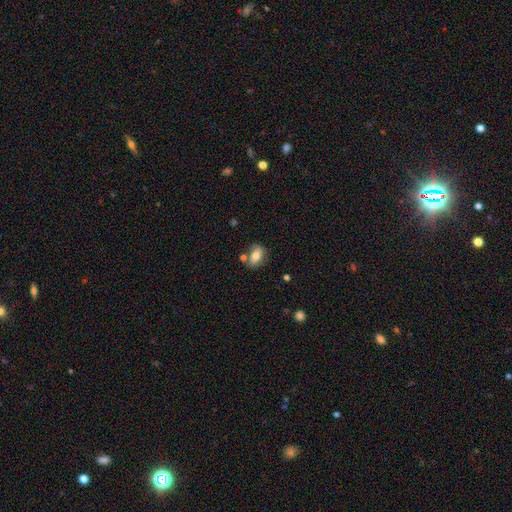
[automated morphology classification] A smooth galaxy with no disk features (71%) that is in between round and cigar-shaped (78%).

Vote fractions:
- Smooth or featured? smooth: 71% / featured or disk: 20% / star or artifact: 8%
- How rounded? in between: 78% / round: 19% / cigar-shaped: 3%
- Merging? none: 66% / minor disturbance: 16% / merger: 14% / major disturbance: 5%